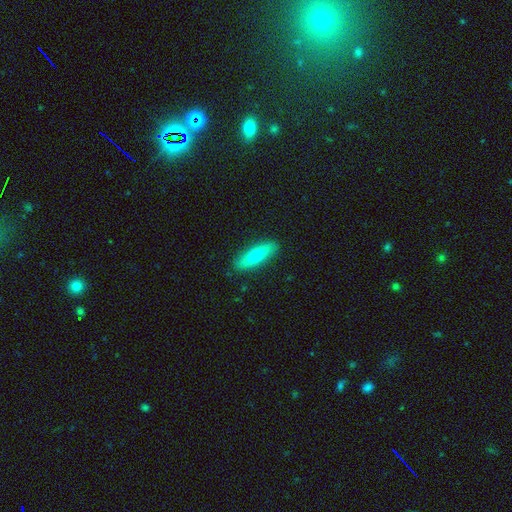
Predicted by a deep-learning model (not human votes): Smooth or featured? Predicted: smooth (p=0.62). How rounded? Predicted: cigar-shaped (p=0.69). Merging? Predicted: none (p=0.89).